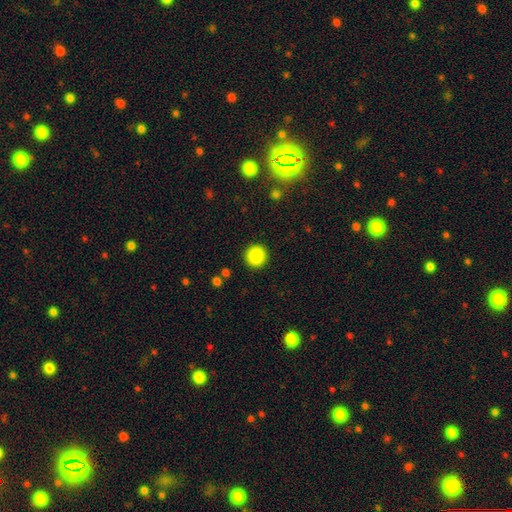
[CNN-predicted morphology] Overall: smooth (87%). How rounded: round (94%). Merging: none (92%).